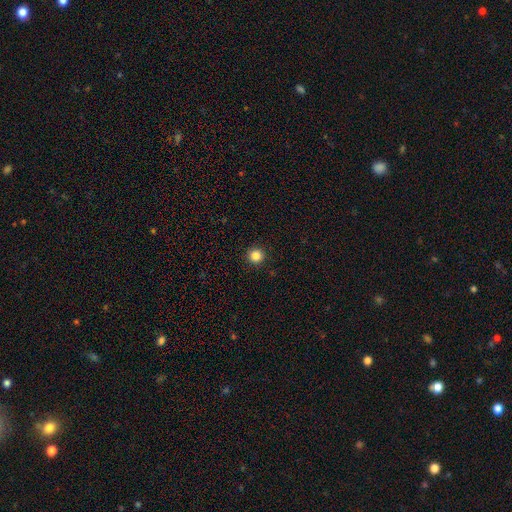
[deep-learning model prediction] A smooth galaxy with no disk features (85%) that is round (96%).

Vote fractions:
- Smooth or featured? smooth: 85% / star or artifact: 11% / featured or disk: 4%
- How rounded? round: 96% / in between: 3% / cigar-shaped: 1%
- Merging? none: 93% / minor disturbance: 4% / major disturbance: 2% / merger: 1%